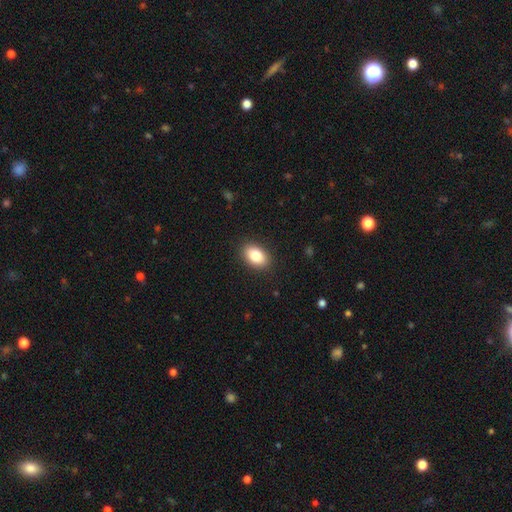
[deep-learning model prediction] smooth 84%, featured or disk 8%, star or artifact 8%. Down the decision tree: how rounded — in between (86%); merging — none (89%).